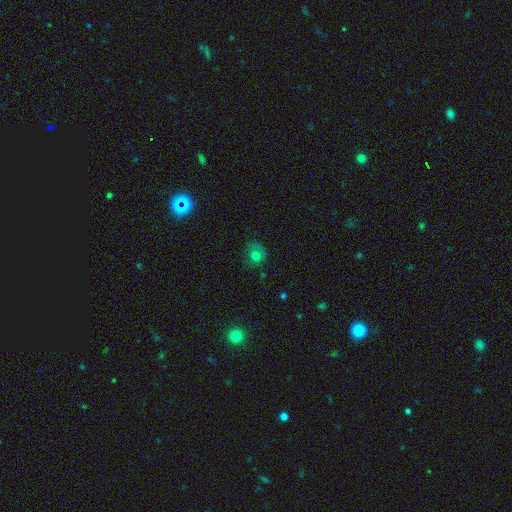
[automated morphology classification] smooth 68%, featured or disk 18%, star or artifact 15%. Down the decision tree: how rounded — round (70%); merging — none (53%).